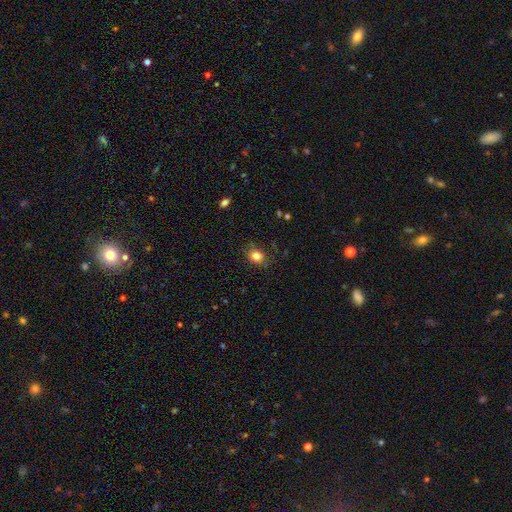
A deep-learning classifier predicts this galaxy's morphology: type=smooth (82%); roundness=round (58%); merging=none (79%).